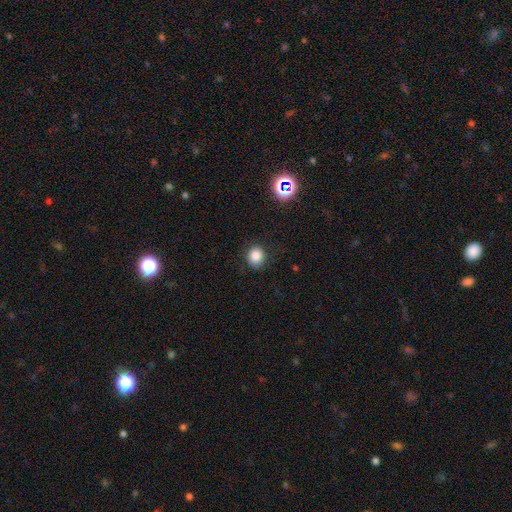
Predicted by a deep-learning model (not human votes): The model was most divided on "how rounded": round: 77%, in between: 22%, cigar-shaped: 1%. More confident: merging — none (85%); smooth or featured — smooth (83%).